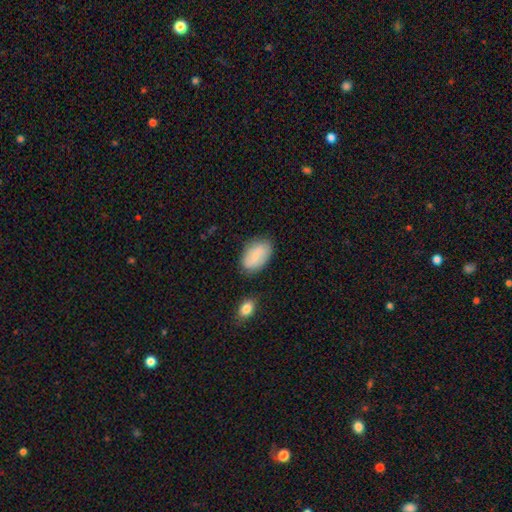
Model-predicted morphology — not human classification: This is likely a smooth galaxy (71%). How rounded: clearly in between (92%). Merging: likely none (79%).